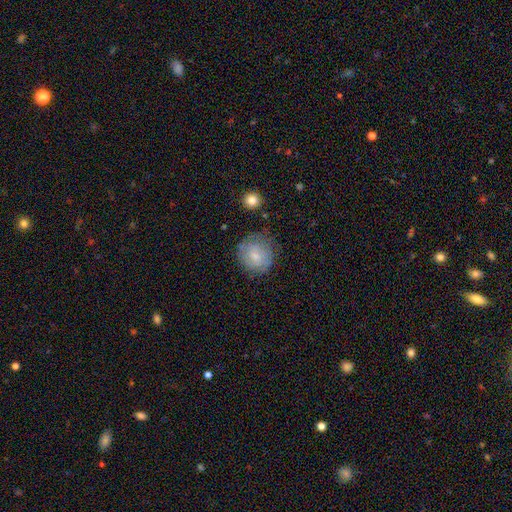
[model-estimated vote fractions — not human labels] A smooth galaxy with no disk features (69%) that is round (85%).

Vote fractions:
- Smooth or featured? smooth: 69% / featured or disk: 23% / star or artifact: 8%
- How rounded? round: 85% / in between: 15% / cigar-shaped: 1%
- Merging? none: 68% / minor disturbance: 22% / major disturbance: 8% / merger: 2%